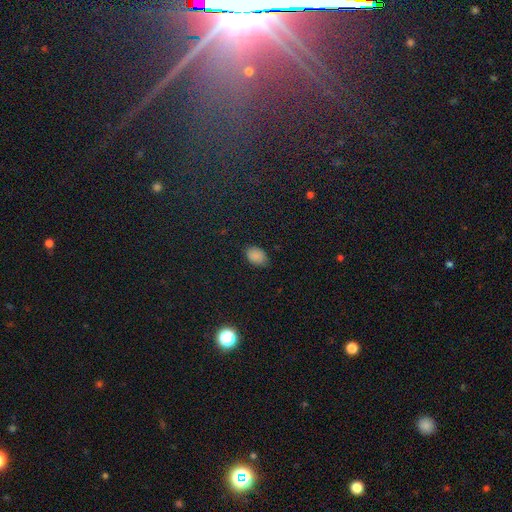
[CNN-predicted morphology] The model was most divided on "how rounded": in between: 78%, round: 20%, cigar-shaped: 1%. More confident: smooth or featured — smooth (85%); merging — none (78%).